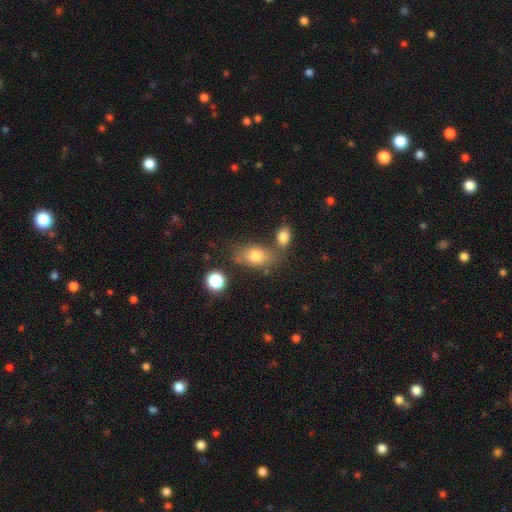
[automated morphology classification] A smooth galaxy with no disk features (77%) that is in between round and cigar-shaped (84%).

Vote fractions:
- Smooth or featured? smooth: 77% / featured or disk: 13% / star or artifact: 10%
- How rounded? in between: 84% / round: 14% / cigar-shaped: 2%
- Merging? none: 60% / merger: 20% / minor disturbance: 15% / major disturbance: 5%